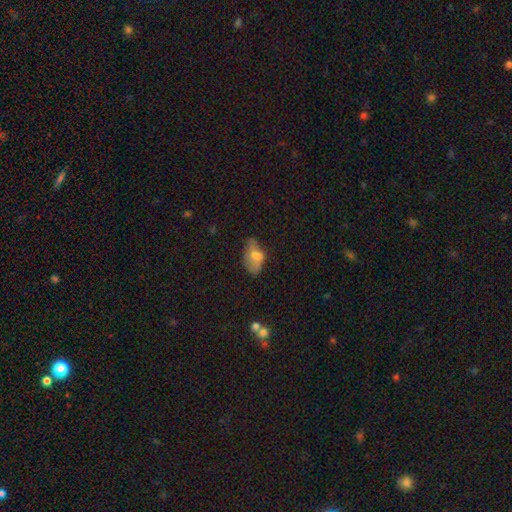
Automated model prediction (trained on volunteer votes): smooth-or-featured: smooth: 60% | featured or disk: 29% | star or artifact: 11%
  how-rounded: in between: 89% | round: 7% | cigar-shaped: 4%
  merging: none: 36% | minor disturbance: 29% | major disturbance: 20% | merger: 14%